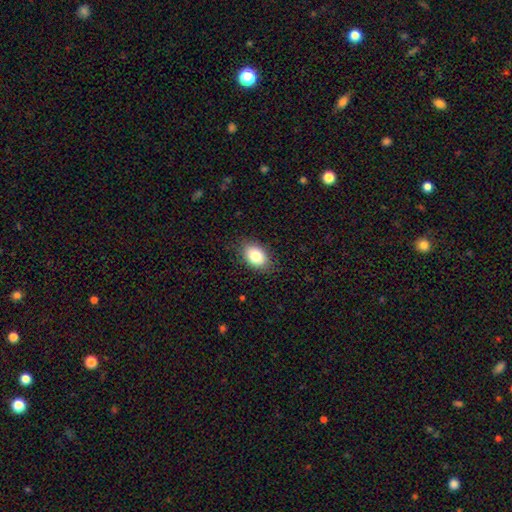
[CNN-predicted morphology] Smooth or featured?
  - smooth: 82% *
  - featured or disk: 10%
  - star or artifact: 8%
How rounded?
  - in between: 83% *
  - round: 15%
  - cigar-shaped: 1%
Merging?
  - none: 85% *
  - minor disturbance: 11%
  - major disturbance: 3%
  - merger: 1%